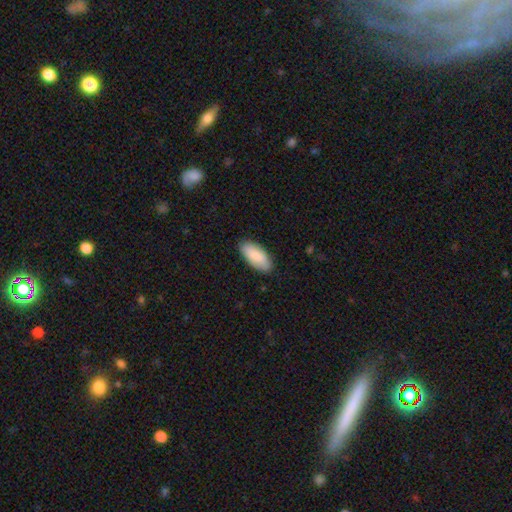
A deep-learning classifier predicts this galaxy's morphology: The model was most divided on "merging": none: 87%, minor disturbance: 11%, major disturbance: 2%, merger: 1%. More confident: how rounded — in between (89%); smooth or featured — smooth (87%).